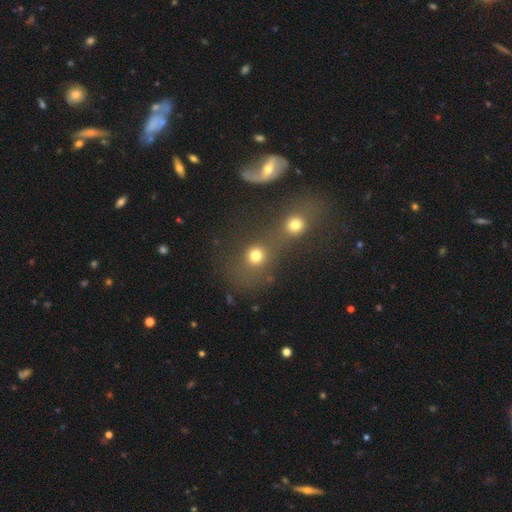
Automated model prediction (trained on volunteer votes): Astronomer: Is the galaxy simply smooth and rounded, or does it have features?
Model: smooth — 75%.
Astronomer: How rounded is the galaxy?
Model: round — 80%.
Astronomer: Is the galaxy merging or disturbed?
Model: merger — 52% (runner-up: none, 35%).